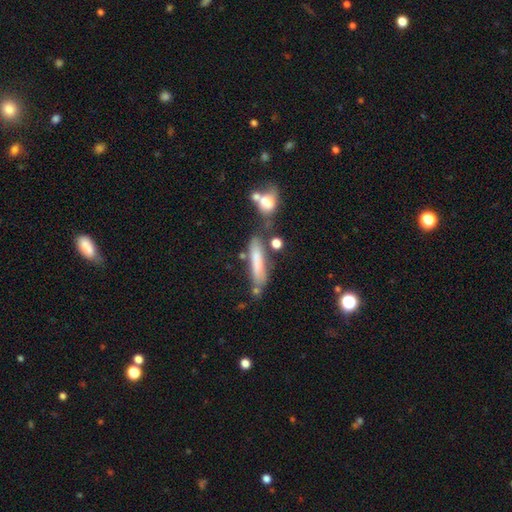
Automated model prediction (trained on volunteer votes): Smooth or featured? smooth (72%)
How rounded? cigar-shaped (76%)
Merging? none (54%)